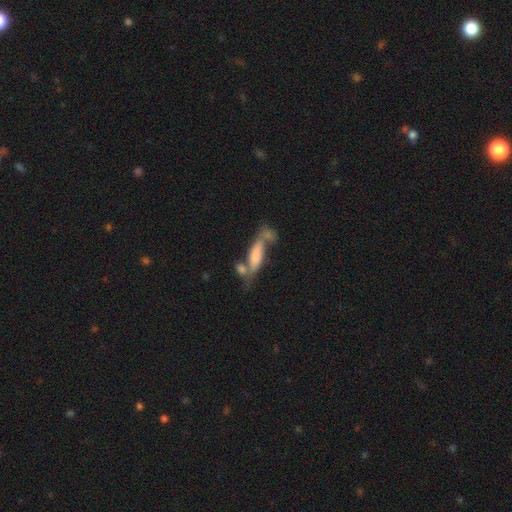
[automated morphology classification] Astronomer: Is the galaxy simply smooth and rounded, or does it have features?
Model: smooth — 66%.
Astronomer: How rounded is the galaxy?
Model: cigar-shaped — 51% (runner-up: in between, 46%).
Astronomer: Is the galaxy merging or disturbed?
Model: merger — 45% (runner-up: none, 29%).